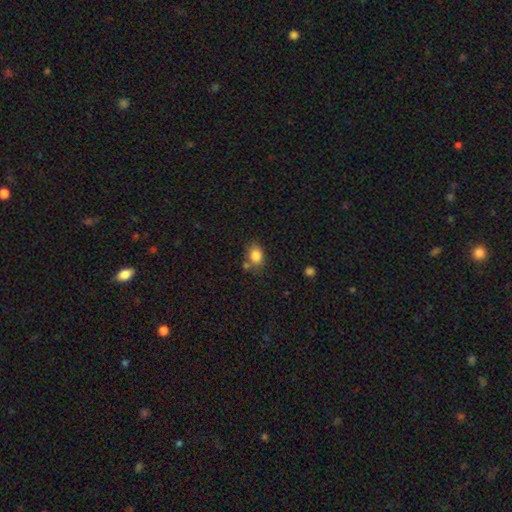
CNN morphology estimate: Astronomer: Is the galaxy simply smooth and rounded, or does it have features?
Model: smooth — 83%.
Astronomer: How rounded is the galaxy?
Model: in between — 60% (runner-up: round, 39%).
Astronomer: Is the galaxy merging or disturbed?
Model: none — 63%.